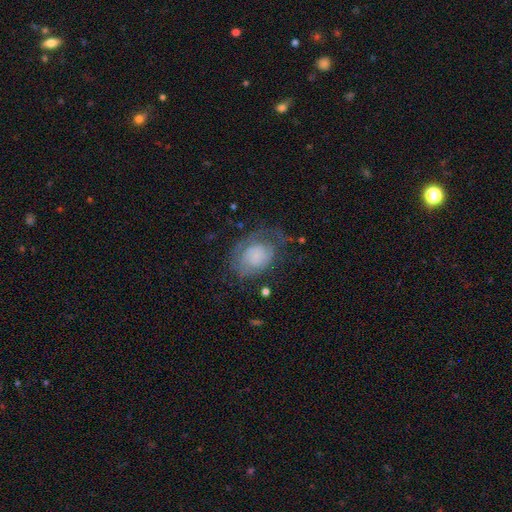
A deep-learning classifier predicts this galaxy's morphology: type=featured or disk (46%); merging=none (42%).